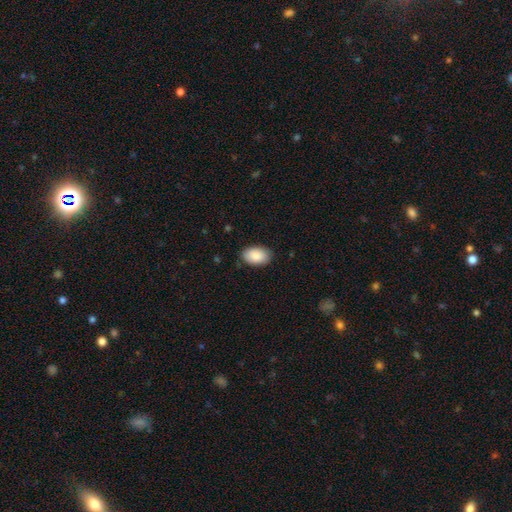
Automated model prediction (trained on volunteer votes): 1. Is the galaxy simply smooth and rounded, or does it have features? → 89% smooth, 6% star or artifact, 5% featured or disk.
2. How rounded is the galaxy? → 92% in between, 7% round, 1% cigar-shaped.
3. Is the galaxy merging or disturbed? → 86% none, 11% minor disturbance, 2% major disturbance, 1% merger.